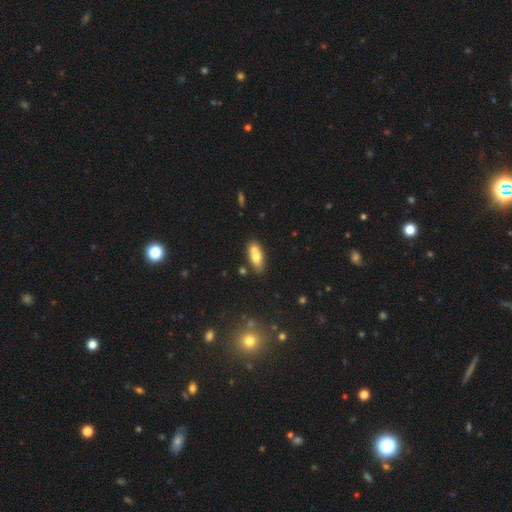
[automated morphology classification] smooth-or-featured: smooth: 69% | featured or disk: 23% | star or artifact: 8%
  how-rounded: in between: 78% | cigar-shaped: 17% | round: 4%
  merging: none: 47% | merger: 34% | minor disturbance: 14% | major disturbance: 4%